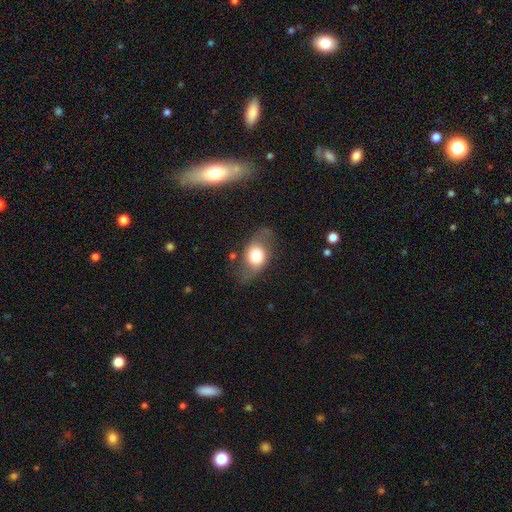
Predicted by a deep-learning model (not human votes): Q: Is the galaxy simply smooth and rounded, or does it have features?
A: smooth — 54%.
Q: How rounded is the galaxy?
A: in between — 66%.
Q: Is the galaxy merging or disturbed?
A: none — 65%.